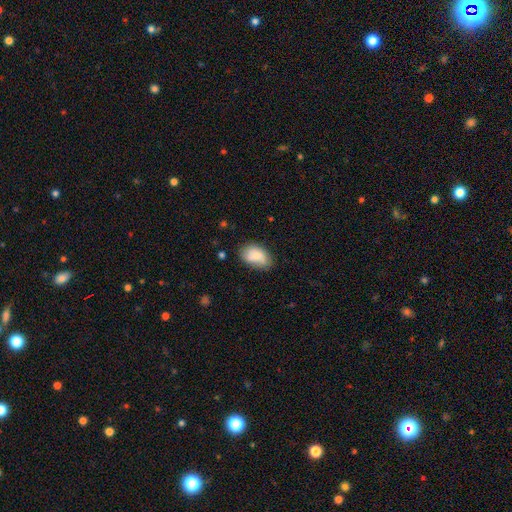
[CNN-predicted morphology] smooth 80%, featured or disk 13%, star or artifact 7%. Down the decision tree: how rounded — in between (89%); merging — none (62%).